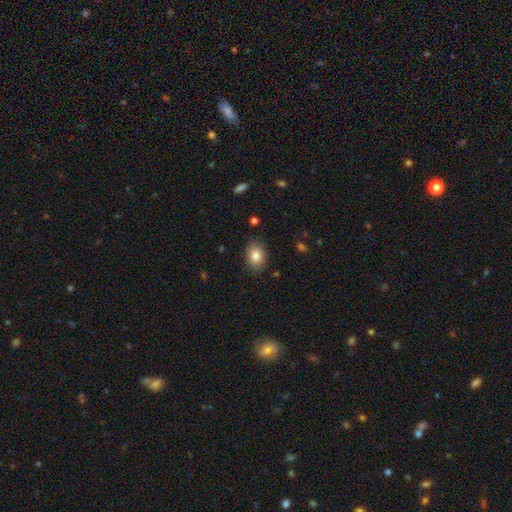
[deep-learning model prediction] The model was most divided on "how rounded": in between: 70%, round: 29%, cigar-shaped: 1%. More confident: merging — none (86%); smooth or featured — smooth (84%).